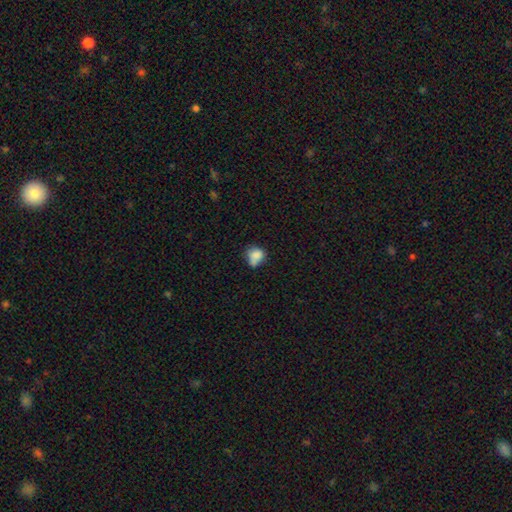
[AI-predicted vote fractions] Q: Smooth or featured?
A: smooth (79%); runner-up: featured or disk (12%)
Q: How rounded?
A: round (63%); runner-up: in between (36%)
Q: Merging?
A: none (37%); runner-up: merger (28%)